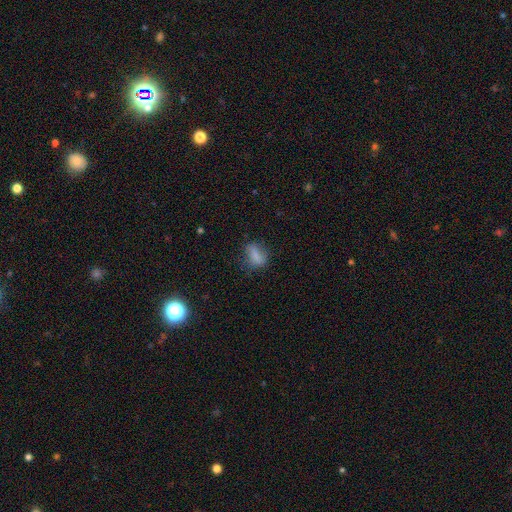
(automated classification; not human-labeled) A smooth galaxy with no disk features (76%) that is in between round and cigar-shaped (70%). Merging: none (62%).